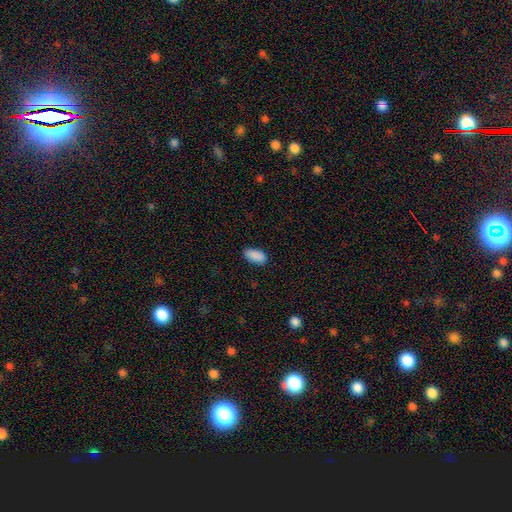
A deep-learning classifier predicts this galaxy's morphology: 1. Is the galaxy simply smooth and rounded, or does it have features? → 90% smooth, 7% star or artifact, 3% featured or disk.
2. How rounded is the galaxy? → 93% in between, 5% cigar-shaped, 3% round.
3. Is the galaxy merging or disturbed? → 84% none, 12% minor disturbance, 2% major disturbance, 1% merger.